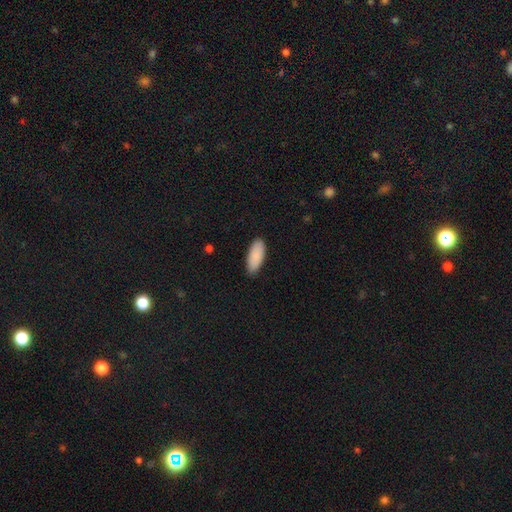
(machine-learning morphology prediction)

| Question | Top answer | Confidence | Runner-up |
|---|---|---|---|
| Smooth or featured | smooth | 89% | star or artifact (5%) |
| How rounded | in between | 85% | cigar-shaped (13%) |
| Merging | none | 84% | minor disturbance (13%) |